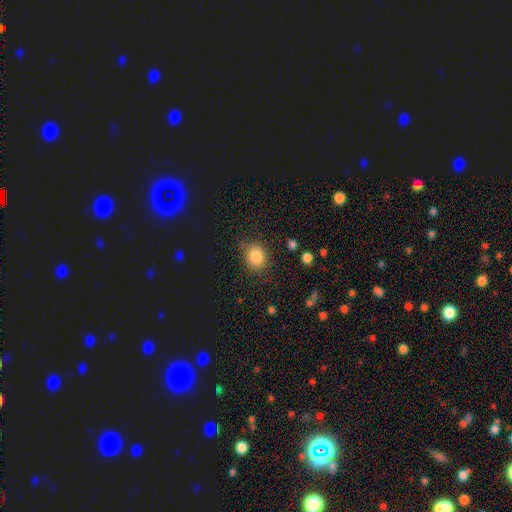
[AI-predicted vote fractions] This is clearly a smooth galaxy (84%). How rounded: likely round (66%). Merging: clearly none (82%).